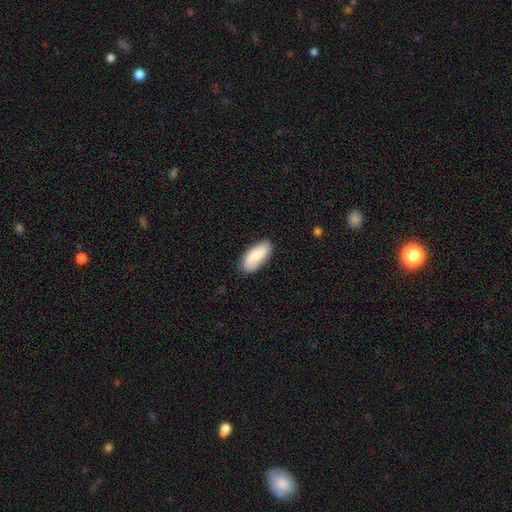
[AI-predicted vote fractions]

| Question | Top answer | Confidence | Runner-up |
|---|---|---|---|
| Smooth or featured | smooth | 80% | featured or disk (15%) |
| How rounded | in between | 88% | cigar-shaped (10%) |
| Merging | none | 84% | minor disturbance (13%) |